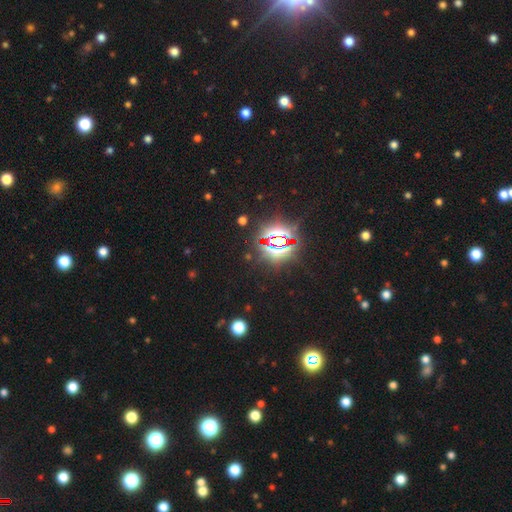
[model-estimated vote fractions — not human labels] Smooth or featured? Predicted: star or artifact (p=0.83).